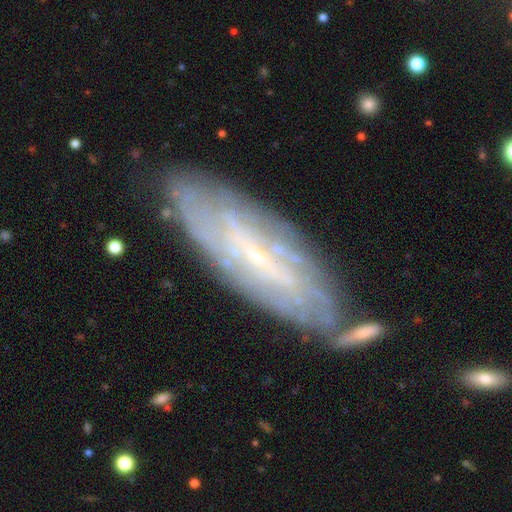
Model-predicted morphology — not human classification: This is likely a featured or disk galaxy (75%). It is likely not viewed edge-on (79%). Bar: marginally weak (44%). Spiral arm pattern: clearly yes (83%). Central bulge: likely small (79%). Merging: likely none (71%).